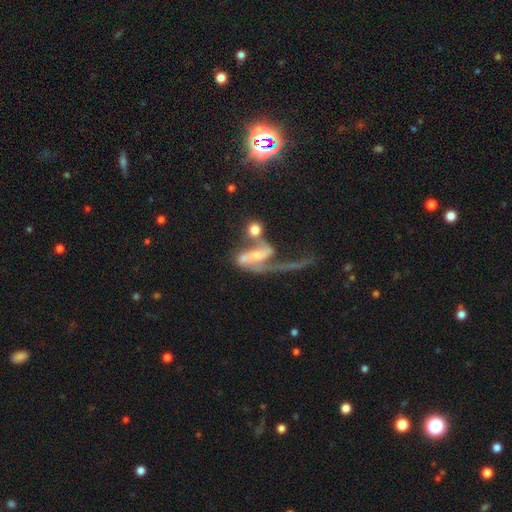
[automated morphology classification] Overall: featured or disk (74%). Edge-on disk: no (93%). Bar: no (41%; weak 32%). Spiral arms: yes (78%). Spiral arm count: 1 (44%, tied with 2). Spiral winding: loose (71%). Bulge size: small (45%; moderate 32%). Merging: merger (39%; major disturbance 37%).